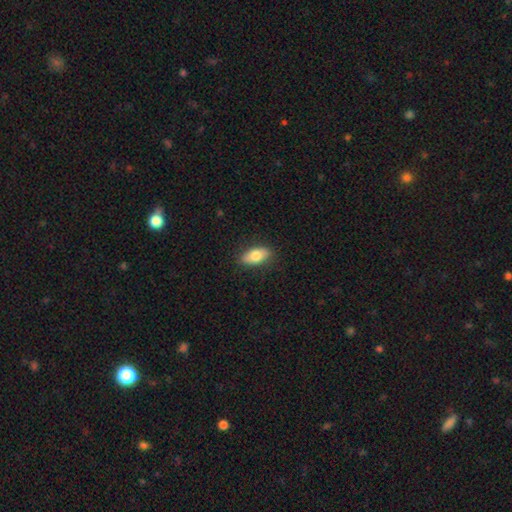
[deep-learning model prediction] Smooth or featured? Predicted: smooth (p=0.77). How rounded? Predicted: in between (p=0.88). Merging? Predicted: none (p=0.86).